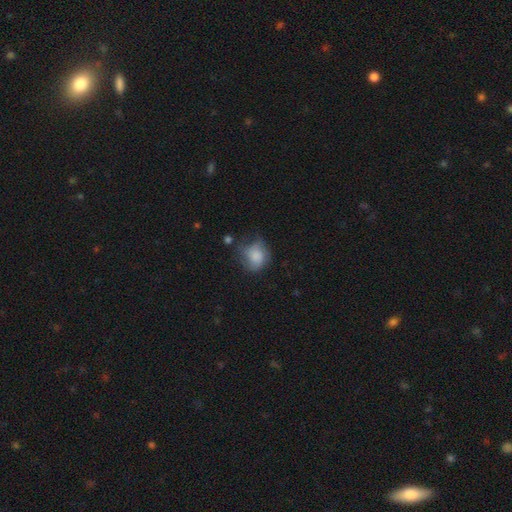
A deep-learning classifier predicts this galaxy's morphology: A smooth galaxy with no disk features (73%) that is round (65%).

Vote fractions:
- Smooth or featured? smooth: 73% / featured or disk: 19% / star or artifact: 8%
- How rounded? round: 65% / in between: 34% / cigar-shaped: 1%
- Merging? none: 45% / minor disturbance: 33% / major disturbance: 18% / merger: 4%